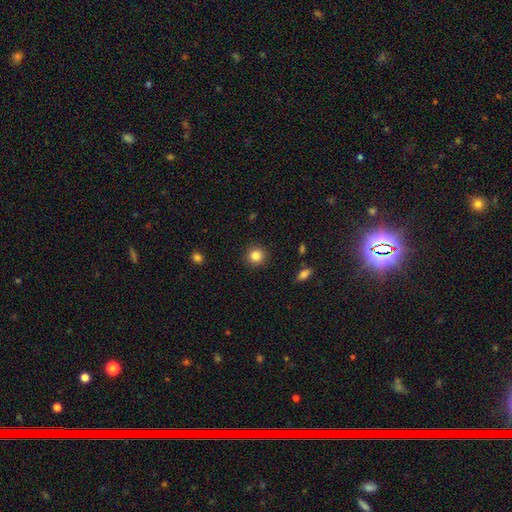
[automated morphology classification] Smooth or featured?
  - smooth: 84% *
  - star or artifact: 10%
  - featured or disk: 5%
How rounded?
  - round: 93% *
  - in between: 6%
  - cigar-shaped: 1%
Merging?
  - none: 91% *
  - minor disturbance: 6%
  - major disturbance: 2%
  - merger: 1%